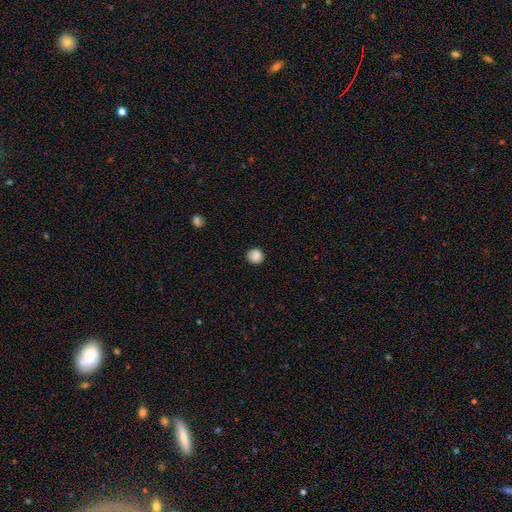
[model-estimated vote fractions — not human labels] Smooth or featured? smooth (87%)
How rounded? round (89%)
Merging? none (84%)